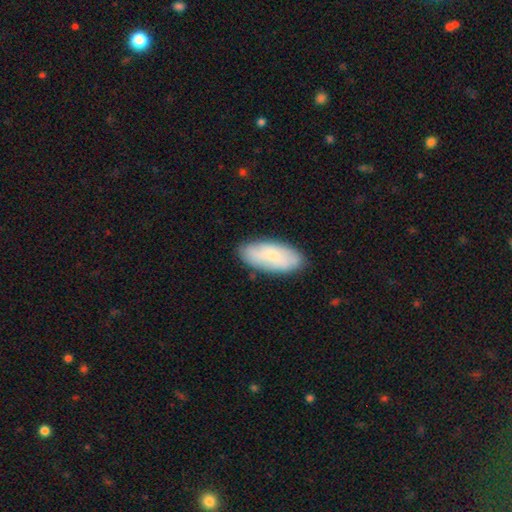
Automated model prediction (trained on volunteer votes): This is likely a smooth galaxy (67%). How rounded: clearly in between (90%). Merging: likely none (78%).